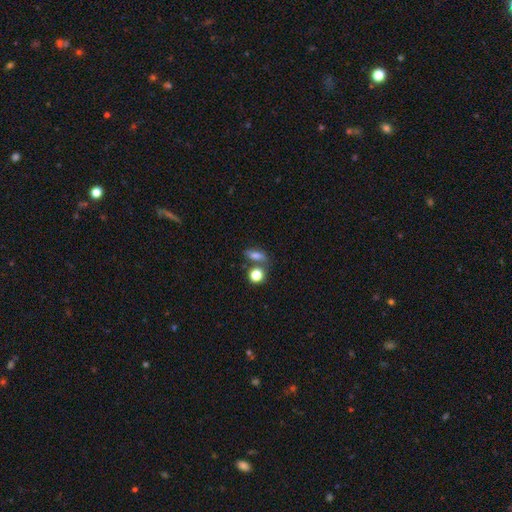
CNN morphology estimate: smooth-or-featured: smooth: 70% | featured or disk: 15% | star or artifact: 15%
  how-rounded: in between: 57% | cigar-shaped: 23% | round: 20%
  merging: none: 57% | merger: 20% | minor disturbance: 16% | major disturbance: 7%